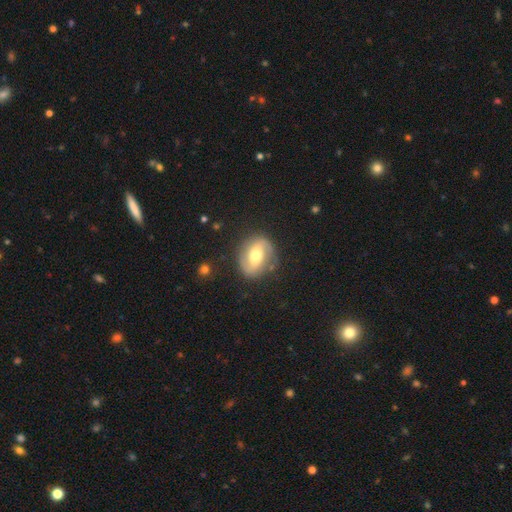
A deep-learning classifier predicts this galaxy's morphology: This is likely a featured or disk galaxy (72%). It is clearly not viewed edge-on (97%). Bar: marginally weak (40%). Spiral arm pattern: clearly yes (86%). Spiral arm count: clearly 2 (89%). Spiral winding: possibly medium (45%). Central bulge: likely moderate (69%). Merging: clearly none (81%).